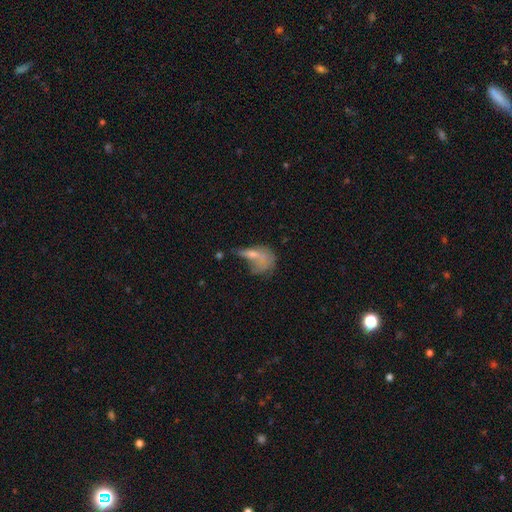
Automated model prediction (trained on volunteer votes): smooth-or-featured: smooth: 50% | featured or disk: 36% | star or artifact: 13%
  how-rounded: in between: 71% | round: 15% | cigar-shaped: 15%
  merging: major disturbance: 49% | none: 20% | minor disturbance: 17% | merger: 14%